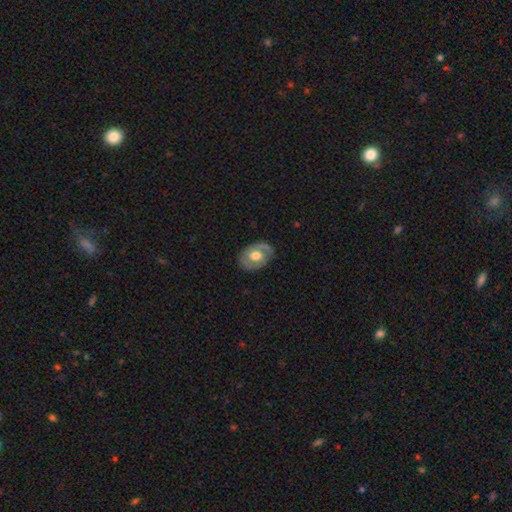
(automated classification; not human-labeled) This is possibly a featured or disk galaxy (58%). It is clearly not viewed edge-on (94%). Bar: likely no (70%). Spiral arm pattern: possibly no (58%). Central bulge: possibly moderate (53%). Merging: likely none (78%).